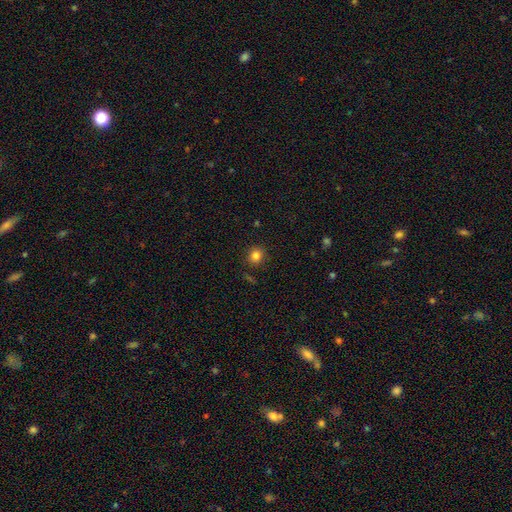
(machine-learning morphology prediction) This is clearly a smooth galaxy (82%). How rounded: clearly round (85%). Merging: clearly none (88%).